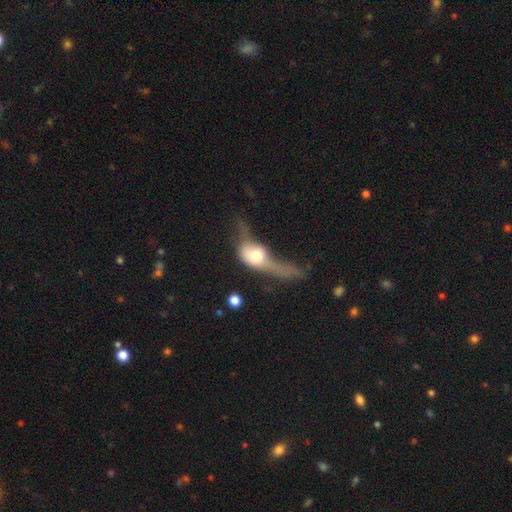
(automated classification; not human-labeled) This appears to be a featured or disk galaxy (48%). Merging: major disturbance (47%).